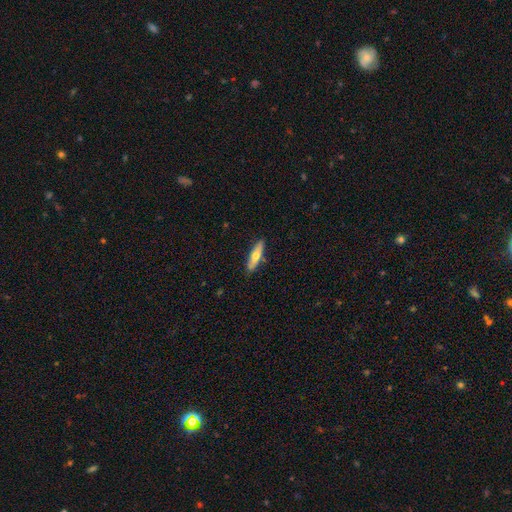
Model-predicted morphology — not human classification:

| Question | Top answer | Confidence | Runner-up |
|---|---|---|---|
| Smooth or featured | smooth | 57% | featured or disk (37%) |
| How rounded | cigar-shaped | 68% | in between (30%) |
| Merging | none | 85% | minor disturbance (11%) |